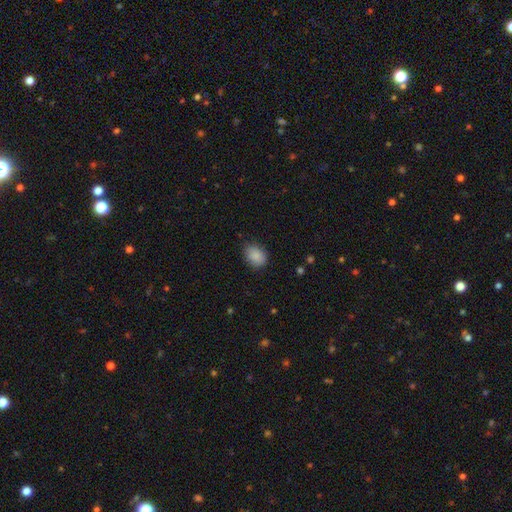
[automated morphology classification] The model was most divided on "how rounded": in between: 69%, round: 30%, cigar-shaped: 1%. More confident: smooth or featured — smooth (88%); merging — none (80%).